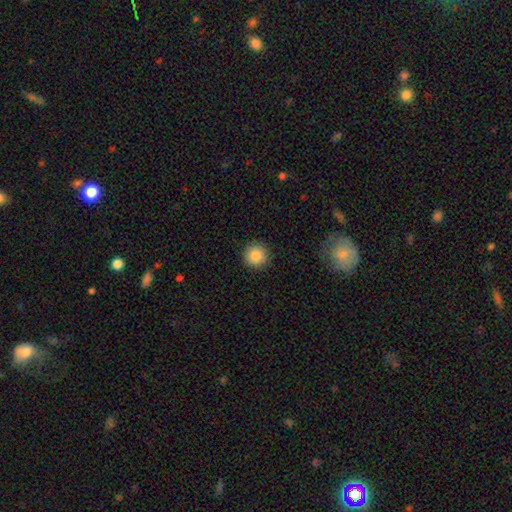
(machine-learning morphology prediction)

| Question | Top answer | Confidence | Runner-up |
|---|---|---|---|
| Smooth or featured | smooth | 87% | star or artifact (9%) |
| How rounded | round | 95% | in between (4%) |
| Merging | none | 91% | minor disturbance (6%) |